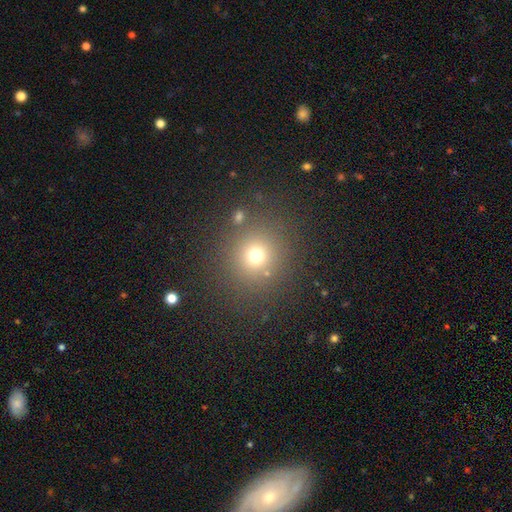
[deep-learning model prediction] smooth_or_featured: smooth (p=0.70) [alt: star or artifact p=0.21]
how_rounded: round (p=0.91) [alt: in between p=0.08]
merging: none (p=0.83) [alt: minor disturbance p=0.08]